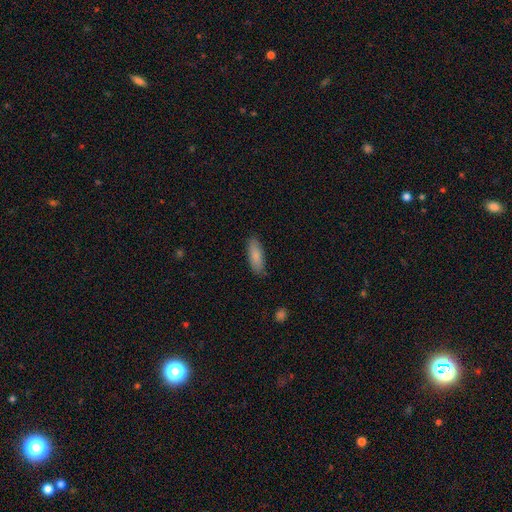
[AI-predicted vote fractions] Smooth or featured? Predicted: smooth (p=0.83). How rounded? Predicted: in between (p=0.56). Merging? Predicted: none (p=0.85).